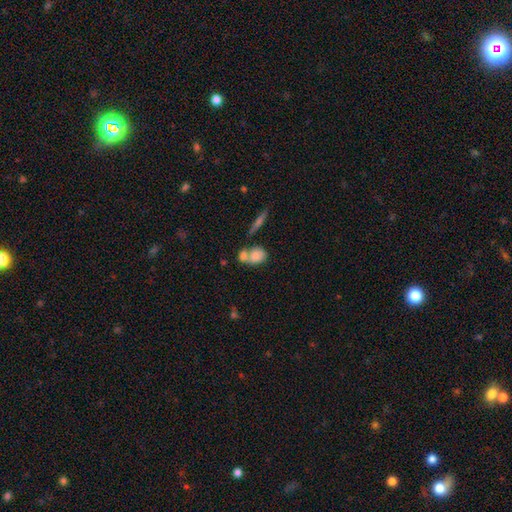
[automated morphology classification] The model was most divided on "merging": merger: 47%, none: 36%, minor disturbance: 11%, major disturbance: 6%. More confident: smooth or featured — smooth (75%); how rounded — in between (56%).